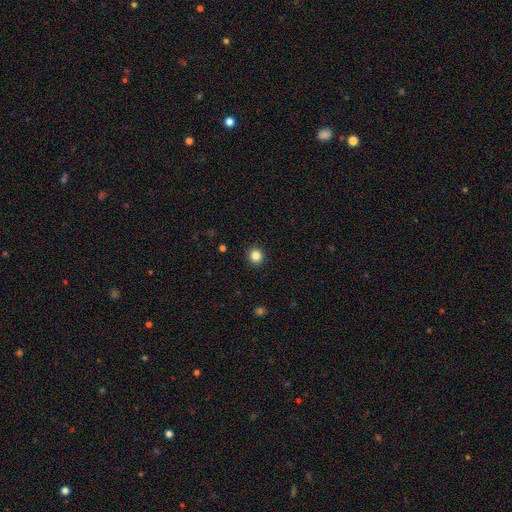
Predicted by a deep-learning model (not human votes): A smooth galaxy with no disk features (84%) that is round (92%).

Vote fractions:
- Smooth or featured? smooth: 84% / star or artifact: 11% / featured or disk: 4%
- How rounded? round: 92% / in between: 7% / cigar-shaped: 1%
- Merging? none: 92% / minor disturbance: 5% / major disturbance: 2% / merger: 1%